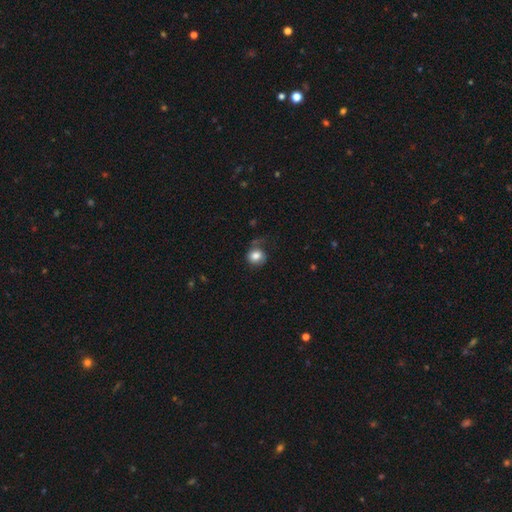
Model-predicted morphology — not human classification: A smooth galaxy with no disk features (78%) that is round (74%).

Vote fractions:
- Smooth or featured? smooth: 78% / featured or disk: 14% / star or artifact: 9%
- How rounded? round: 74% / in between: 25% / cigar-shaped: 1%
- Merging? none: 51% / minor disturbance: 25% / major disturbance: 20% / merger: 3%